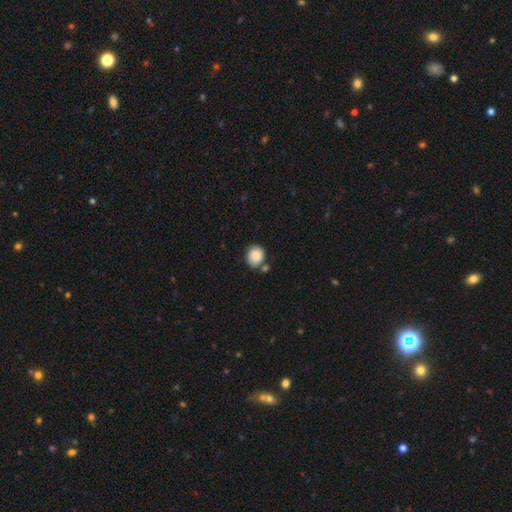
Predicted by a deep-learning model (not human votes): This appears to be a smooth galaxy with no disk features (86%) that is round (66%). Merging: none (64%).